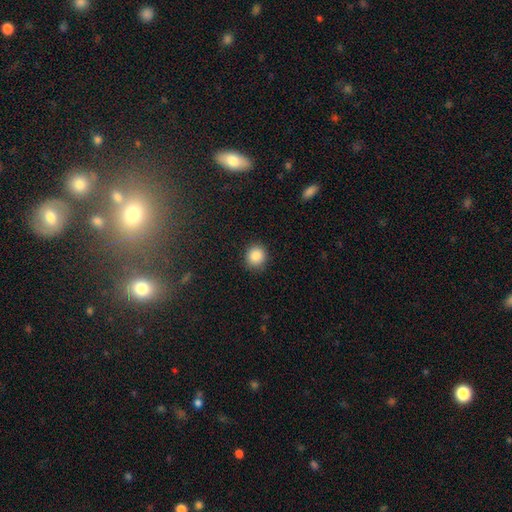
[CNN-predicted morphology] This appears to be a smooth galaxy with no disk features (86%) that is round (89%). Merging: none (90%).